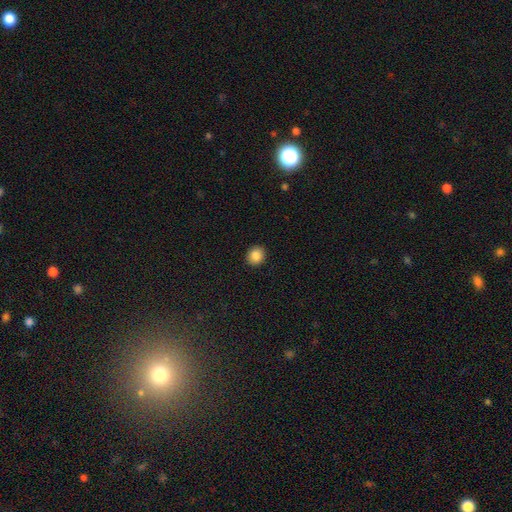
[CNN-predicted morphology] This is clearly a smooth galaxy (86%). How rounded: clearly round (82%). Merging: clearly none (92%).